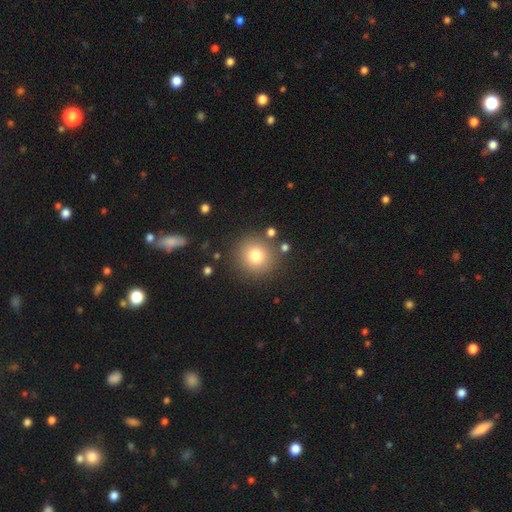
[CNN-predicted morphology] A smooth galaxy with no disk features (77%) that is round (93%). Merging: none (86%).